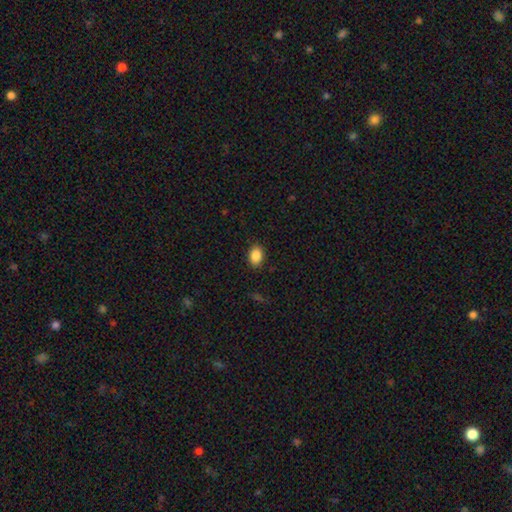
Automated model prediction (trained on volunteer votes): This appears to be a smooth galaxy with no disk features (88%) that is in between round and cigar-shaped (80%). Merging: none (87%).